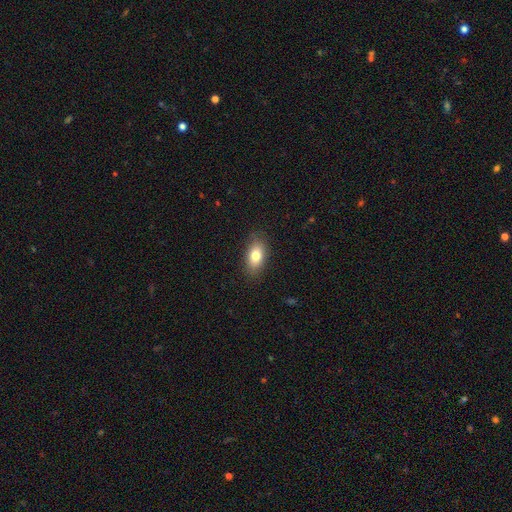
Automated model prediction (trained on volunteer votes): A smooth galaxy with no disk features (79%) that is in between round and cigar-shaped (88%). Merging: none (85%).